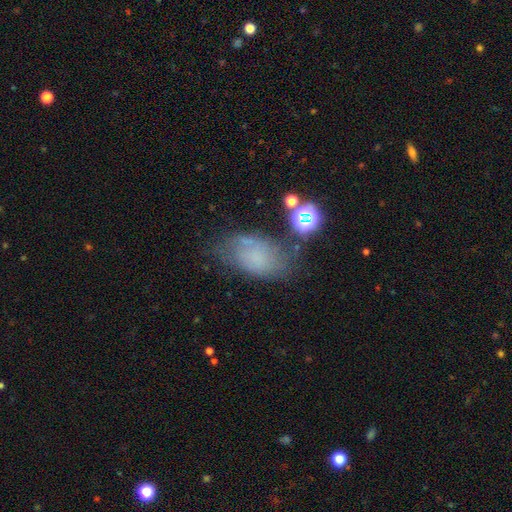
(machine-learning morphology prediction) Smooth or featured?
  - smooth: 48% *
  - featured or disk: 36%
  - star or artifact: 16%
Merging?
  - none: 50% *
  - minor disturbance: 28%
  - major disturbance: 16%
  - merger: 6%